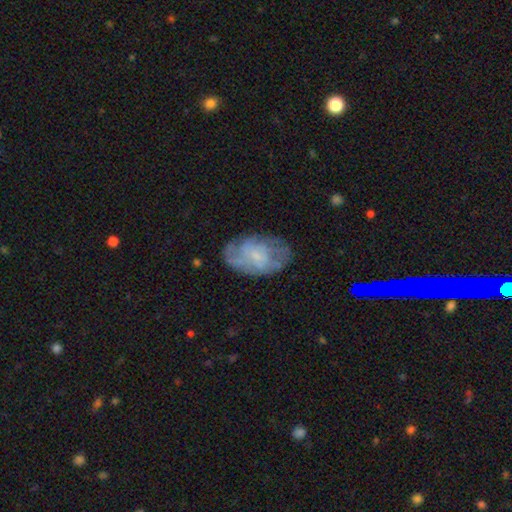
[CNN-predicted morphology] Overall: featured or disk (59%; smooth 33%). Edge-on disk: no (96%). Bar: no (67%; weak 29%). Spiral arms: yes (68%; no 32%). Bulge size: small (58%; none 21%). Merging: none (64%).